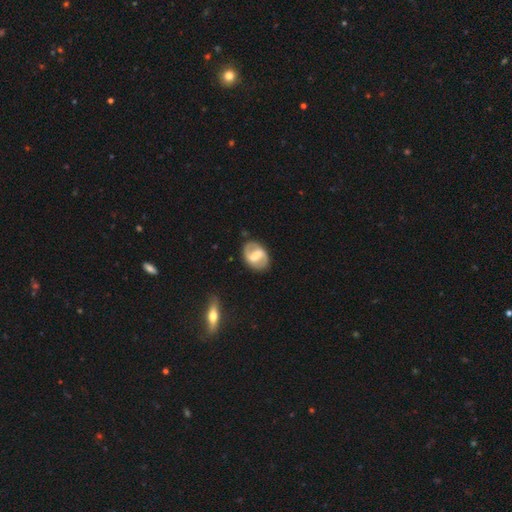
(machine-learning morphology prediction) Q: Smooth or featured?
A: featured or disk (74%); runner-up: smooth (20%)
Q: Edge-on disk?
A: no (96%); runner-up: yes (4%)
Q: Bar?
A: strong (56%); runner-up: weak (34%)
Q: Spiral arms?
A: yes (80%); runner-up: no (20%)
Q: Spiral winding?
A: medium (44%); runner-up: loose (30%)
Q: Spiral arm count?
A: 2 (87%); runner-up: can't tell (7%)
Q: Bulge size?
A: moderate (37%); runner-up: small (24%)
Q: Merging?
A: none (80%); runner-up: minor disturbance (13%)